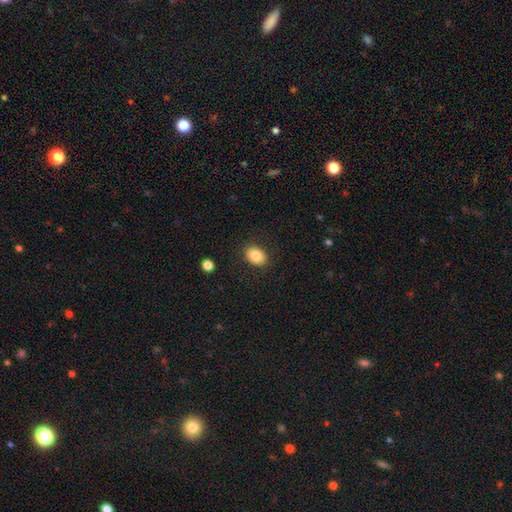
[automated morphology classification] This appears to be a smooth galaxy with no disk features (83%) that is in between round and cigar-shaped (61%). Merging: none (86%).